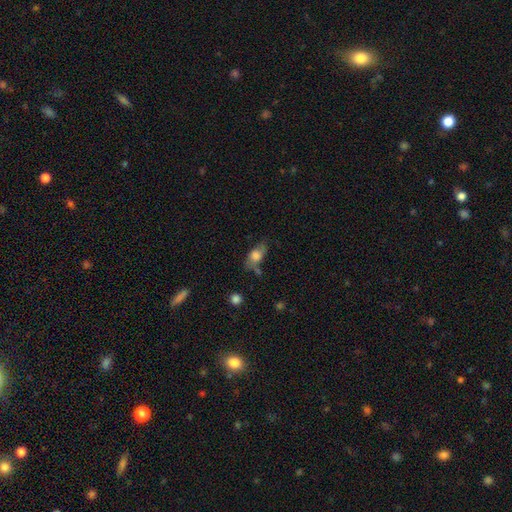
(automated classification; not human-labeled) This appears to be a smooth galaxy with no disk features (70%) that is in between round and cigar-shaped (82%). Merging: none (53%).